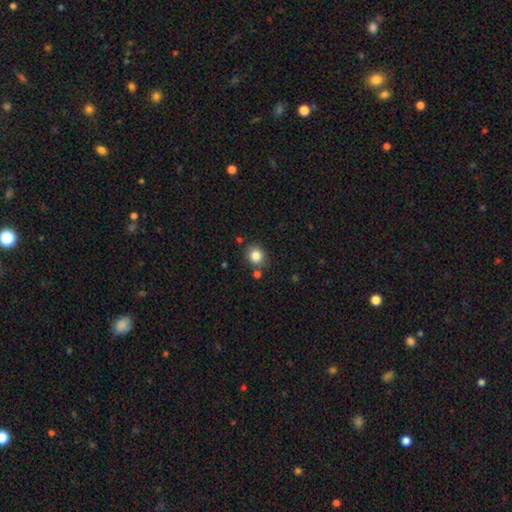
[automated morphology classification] type=smooth (84%); roundness=round (79%); merging=none (79%).